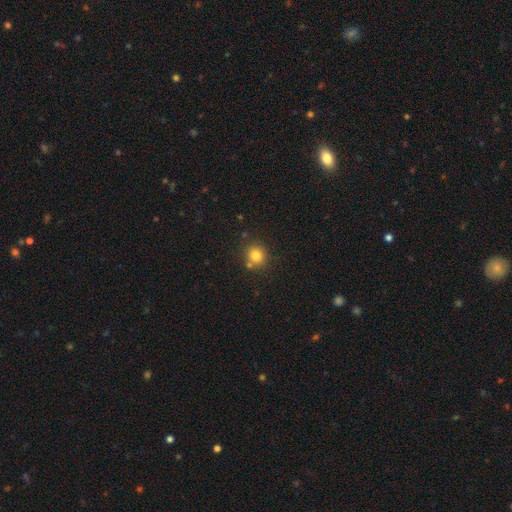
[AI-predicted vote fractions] Overall: smooth (81%). How rounded: round (86%). Merging: none (73%).